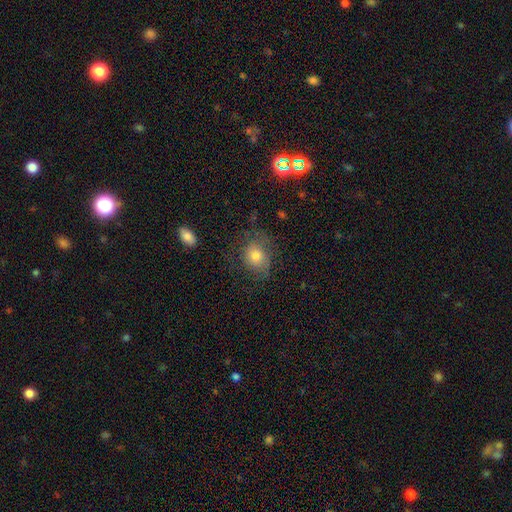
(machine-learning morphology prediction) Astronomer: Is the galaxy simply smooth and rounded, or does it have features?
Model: smooth — 65%.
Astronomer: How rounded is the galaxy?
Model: round — 54% (runner-up: in between, 45%).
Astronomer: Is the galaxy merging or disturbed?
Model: none — 60%.